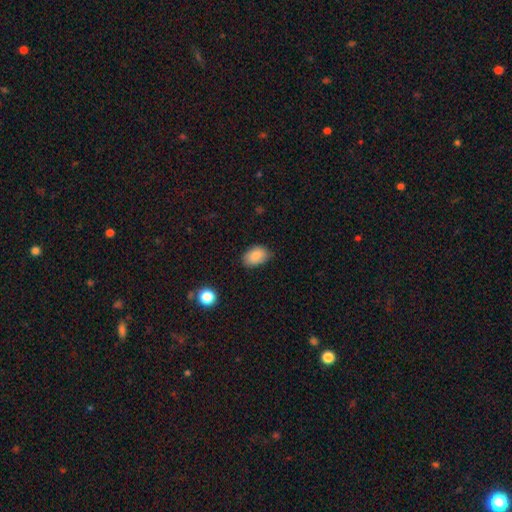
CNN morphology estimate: smooth-or-featured: smooth: 85% | star or artifact: 8% | featured or disk: 7%
  how-rounded: in between: 85% | round: 14% | cigar-shaped: 1%
  merging: none: 74% | minor disturbance: 21% | major disturbance: 3% | merger: 1%